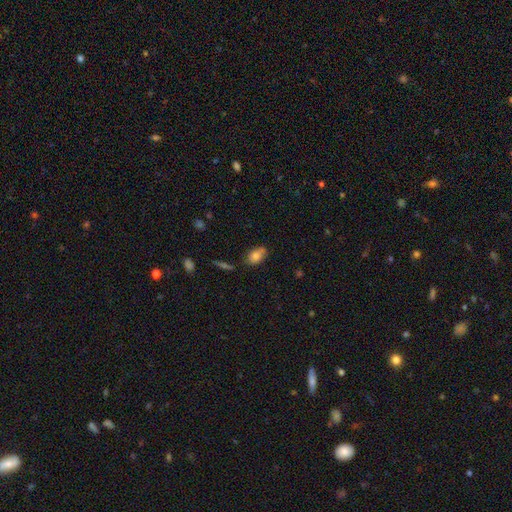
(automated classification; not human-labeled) This appears to be a smooth galaxy with no disk features (80%) that is in between round and cigar-shaped (87%). Merging: none (66%).